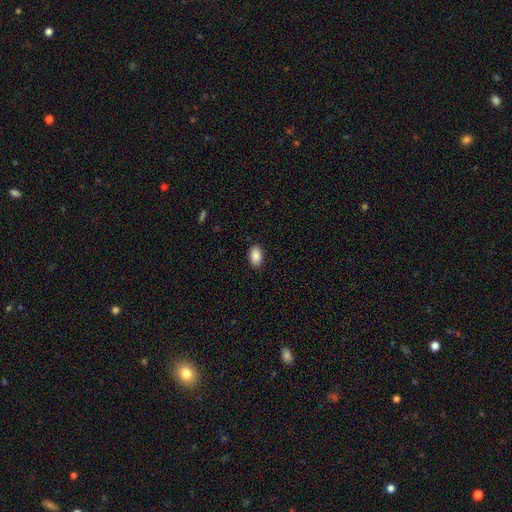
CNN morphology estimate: smooth-or-featured: smooth: 89% | star or artifact: 7% | featured or disk: 4%
  how-rounded: in between: 92% | round: 7% | cigar-shaped: 1%
  merging: none: 89% | minor disturbance: 8% | major disturbance: 2% | merger: 1%